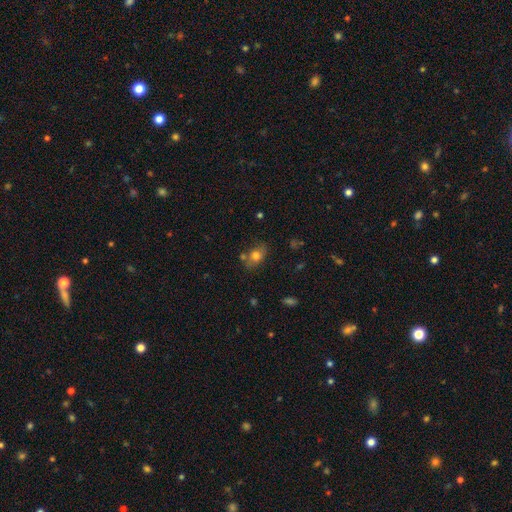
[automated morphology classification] Smooth or featured: smooth — 73% (featured or disk — 16%)
How rounded: in between — 71% (round — 27%)
Merging: none — 65% (minor disturbance — 18%)